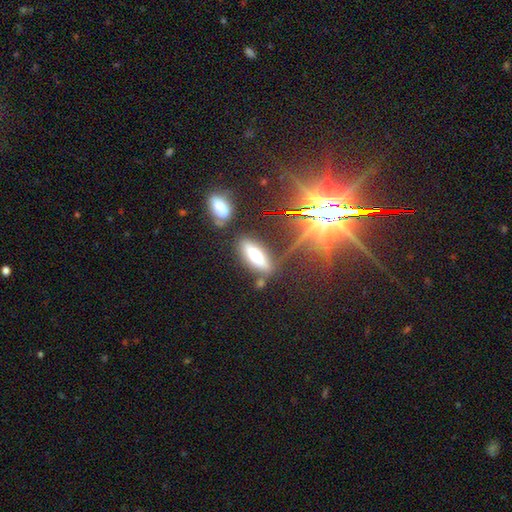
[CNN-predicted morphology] type=smooth (57%); roundness=in between (57%); merging=none (75%).